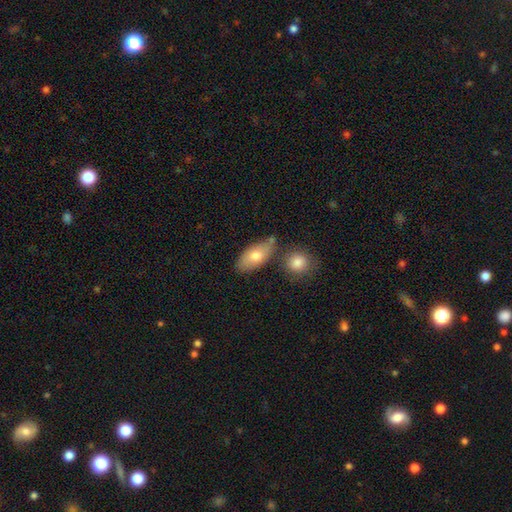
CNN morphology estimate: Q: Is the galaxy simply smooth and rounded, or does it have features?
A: smooth — 74%.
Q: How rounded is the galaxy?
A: in between — 87%.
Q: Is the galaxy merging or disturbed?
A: none — 67%.